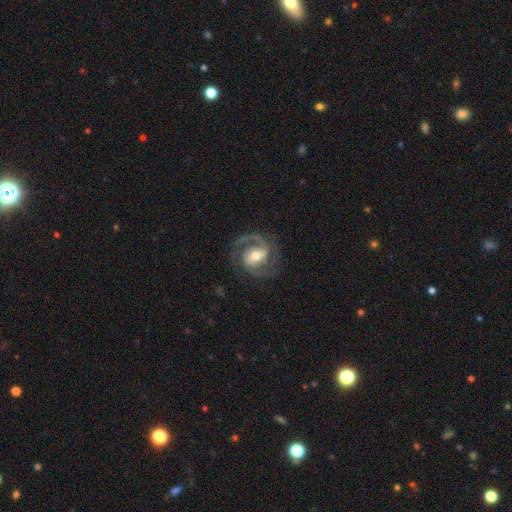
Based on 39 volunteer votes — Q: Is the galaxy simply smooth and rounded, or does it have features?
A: featured or disk — 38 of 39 (97%).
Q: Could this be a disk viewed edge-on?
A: no — 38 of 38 (100%).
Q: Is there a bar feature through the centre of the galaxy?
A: no — 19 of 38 (50%).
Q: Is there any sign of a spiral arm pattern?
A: yes — 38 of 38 (100%).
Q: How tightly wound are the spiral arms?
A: tight — 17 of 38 (45%).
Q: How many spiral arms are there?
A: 2 — 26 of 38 (68%).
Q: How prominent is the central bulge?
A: moderate — 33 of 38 (87%).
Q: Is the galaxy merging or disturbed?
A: none — 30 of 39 (77%).